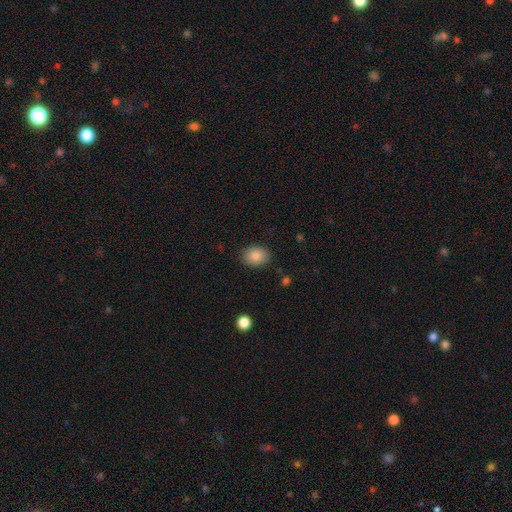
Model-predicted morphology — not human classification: Smooth or featured?
  - smooth: 86% *
  - star or artifact: 8%
  - featured or disk: 6%
How rounded?
  - in between: 62% *
  - round: 37%
  - cigar-shaped: 1%
Merging?
  - none: 86% *
  - minor disturbance: 10%
  - major disturbance: 3%
  - merger: 1%